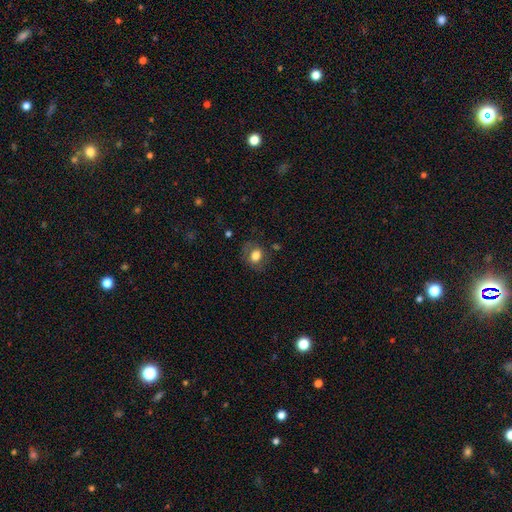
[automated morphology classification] A smooth galaxy with no disk features (75%) that is round (50%).

Vote fractions:
- Smooth or featured? smooth: 75% / featured or disk: 15% / star or artifact: 9%
- How rounded? round: 50% / in between: 49% / cigar-shaped: 1%
- Merging? none: 72% / minor disturbance: 18% / major disturbance: 8% / merger: 2%